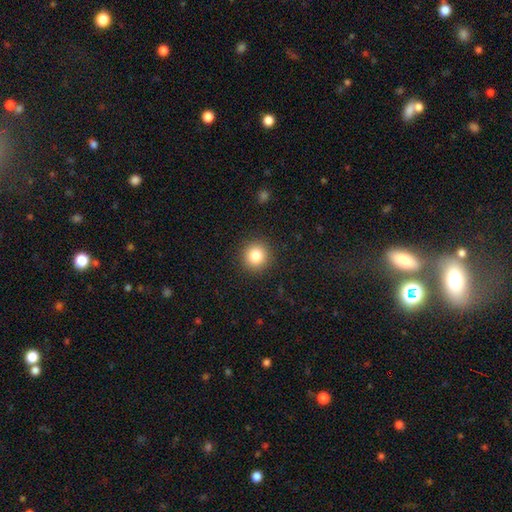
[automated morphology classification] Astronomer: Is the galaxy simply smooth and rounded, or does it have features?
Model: smooth — 83%.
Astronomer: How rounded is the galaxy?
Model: round — 94%.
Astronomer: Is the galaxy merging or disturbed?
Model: none — 91%.